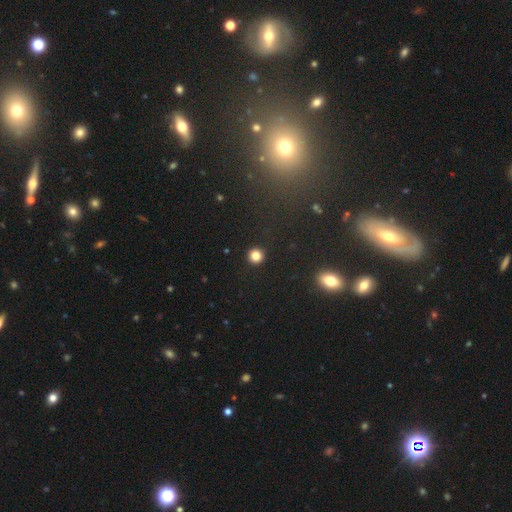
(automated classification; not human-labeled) Smooth or featured? Predicted: smooth (p=0.83). How rounded? Predicted: round (p=0.95). Merging? Predicted: none (p=0.93).